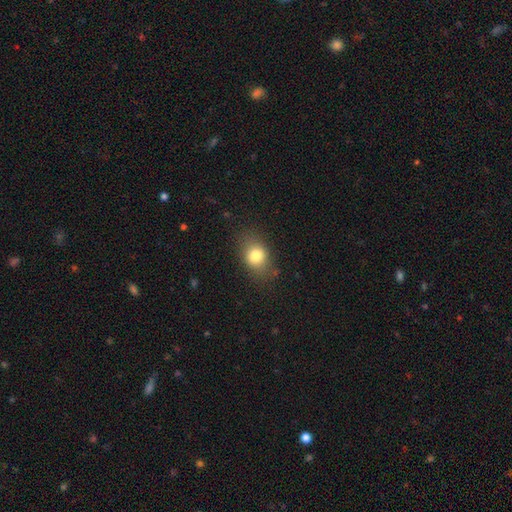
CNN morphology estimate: Smooth or featured? smooth (80%)
How rounded? in between (58%)
Merging? none (78%)